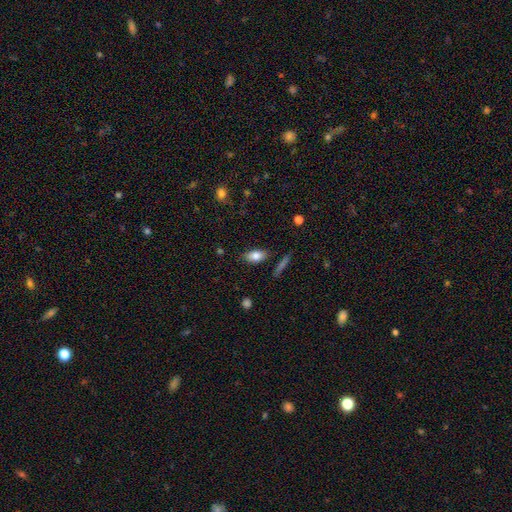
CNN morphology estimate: A smooth galaxy with no disk features (81%) that is in between round and cigar-shaped (87%). Merging: none (83%).